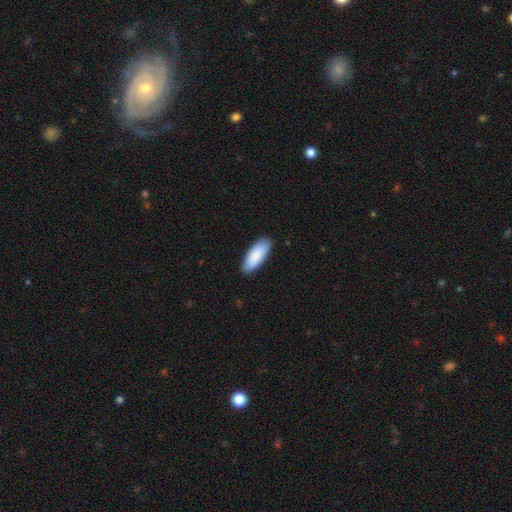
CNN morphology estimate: Smooth or featured: smooth — 89% (featured or disk — 6%)
How rounded: in between — 80% (cigar-shaped — 18%)
Merging: none — 87% (minor disturbance — 10%)